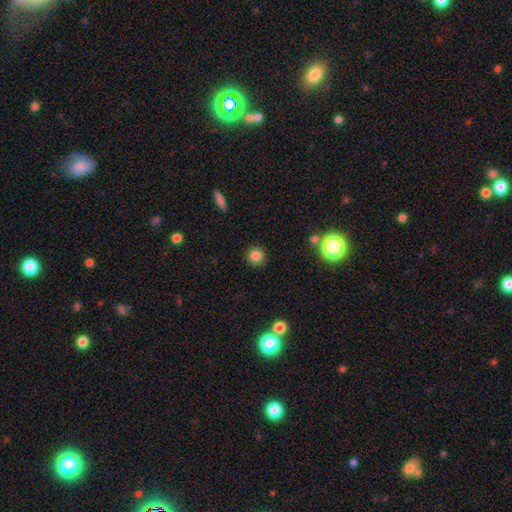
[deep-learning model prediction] Smooth or featured? smooth (82%)
How rounded? round (93%)
Merging? none (90%)